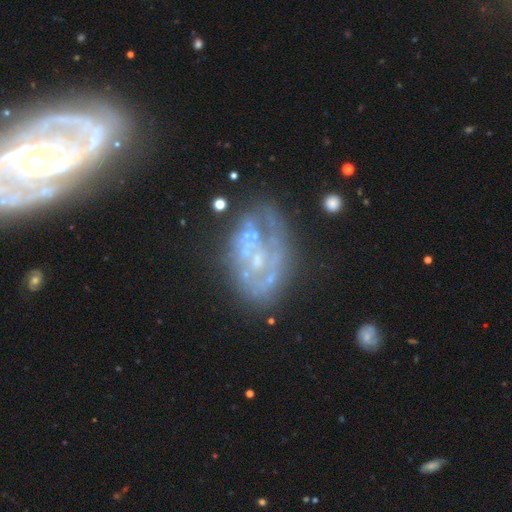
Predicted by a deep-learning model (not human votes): Overall: featured or disk (73%). Edge-on disk: no (97%). Bar: no (84%). Spiral arms: no (63%; yes 37%). Bulge size: none (49%; small 35%). Merging: none (45%; major disturbance 23%).